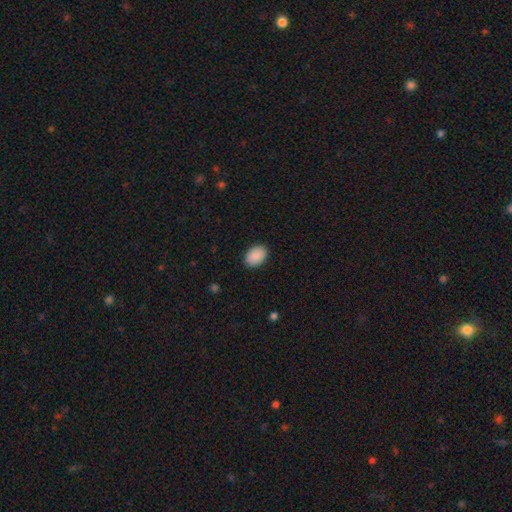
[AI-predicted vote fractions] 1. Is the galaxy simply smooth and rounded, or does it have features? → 90% smooth, 7% star or artifact, 4% featured or disk.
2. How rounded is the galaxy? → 84% in between, 15% round, 1% cigar-shaped.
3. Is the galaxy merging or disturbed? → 89% none, 8% minor disturbance, 2% major disturbance, 1% merger.